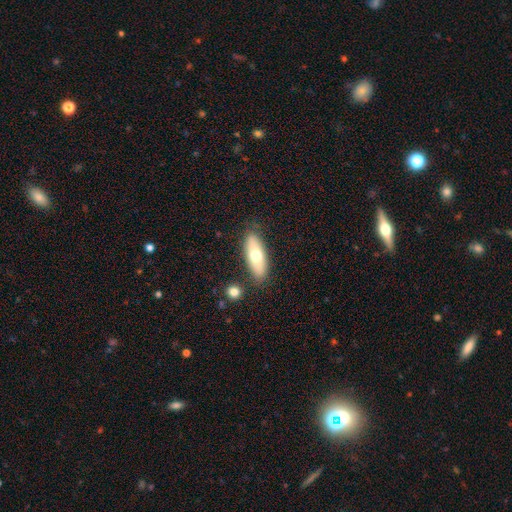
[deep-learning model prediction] Smooth or featured? Predicted: smooth (p=0.67). How rounded? Predicted: in between (p=0.68). Merging? Predicted: none (p=0.81).